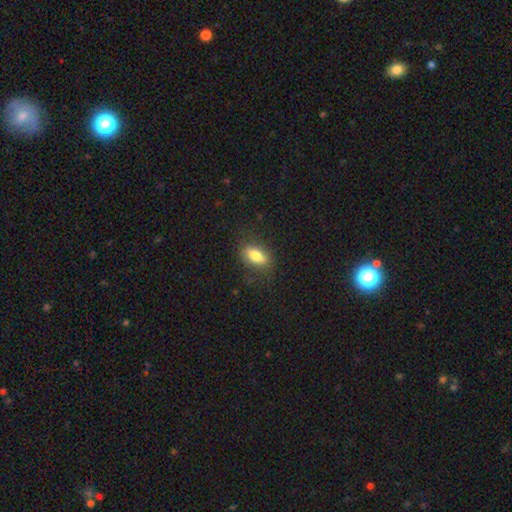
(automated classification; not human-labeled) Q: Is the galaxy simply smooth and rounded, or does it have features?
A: smooth — 77%.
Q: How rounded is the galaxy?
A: in between — 82%.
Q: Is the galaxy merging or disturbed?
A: none — 78%.